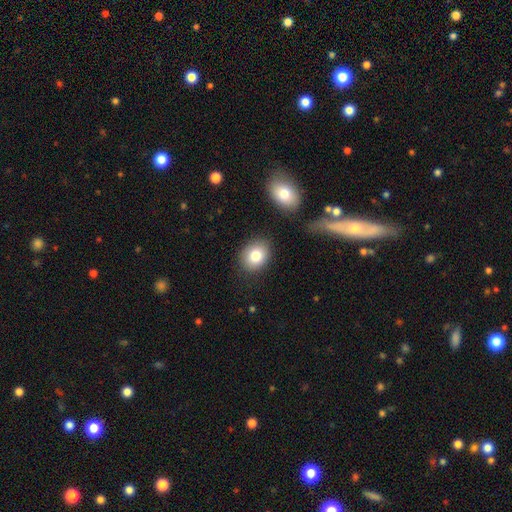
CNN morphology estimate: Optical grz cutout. It shows a smooth galaxy with no disk features (81%) that is round (50%). Merging: none (84%).